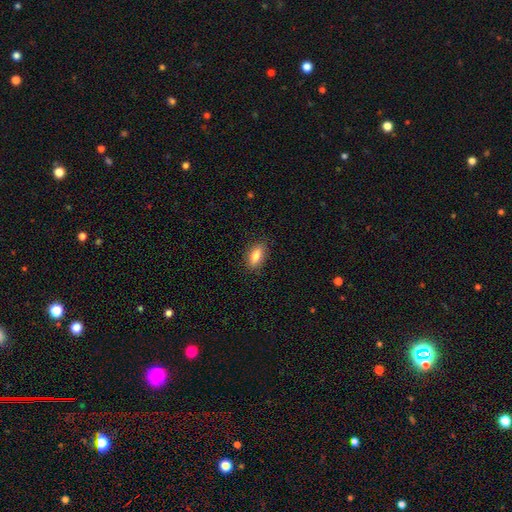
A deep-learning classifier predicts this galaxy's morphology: A smooth galaxy with no disk features (79%) that is in between round and cigar-shaped (81%).

Vote fractions:
- Smooth or featured? smooth: 79% / featured or disk: 13% / star or artifact: 8%
- How rounded? in between: 81% / cigar-shaped: 14% / round: 5%
- Merging? none: 86% / minor disturbance: 11% / major disturbance: 2% / merger: 1%